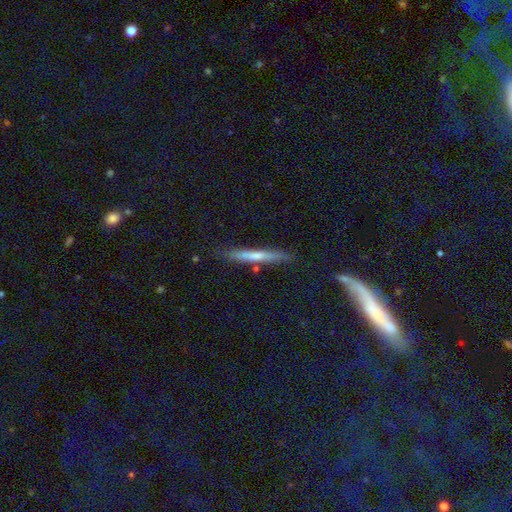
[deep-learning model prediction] A smooth galaxy with no disk features (45%). Merging: none (83%).